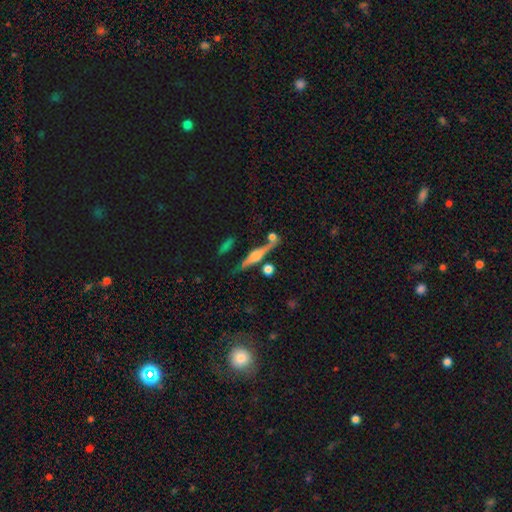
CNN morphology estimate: Overall: featured or disk (73%). Edge-on disk: yes (94%). Edge-on bulge: rounded (87%). Merging: none (71%).